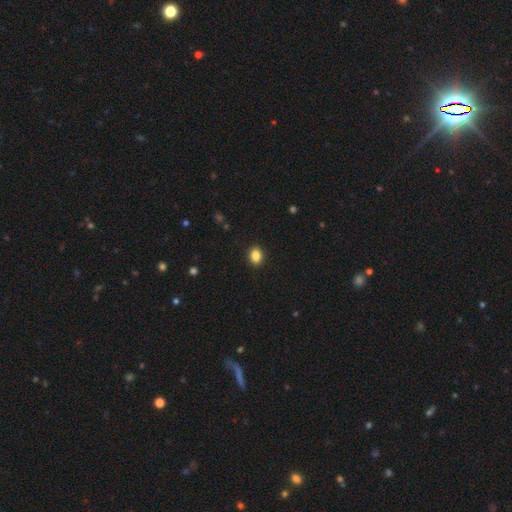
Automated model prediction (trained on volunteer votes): This is clearly a smooth galaxy (86%). How rounded: possibly in between (51%). Merging: clearly none (91%).